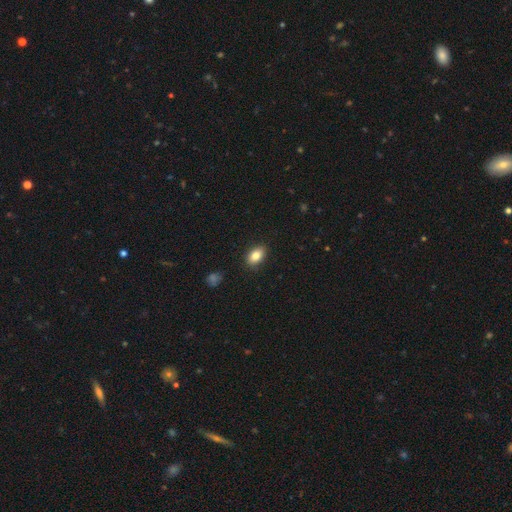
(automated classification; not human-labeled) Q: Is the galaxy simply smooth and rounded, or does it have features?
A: smooth — 85%.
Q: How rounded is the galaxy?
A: in between — 87%.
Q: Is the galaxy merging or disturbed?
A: none — 88%.